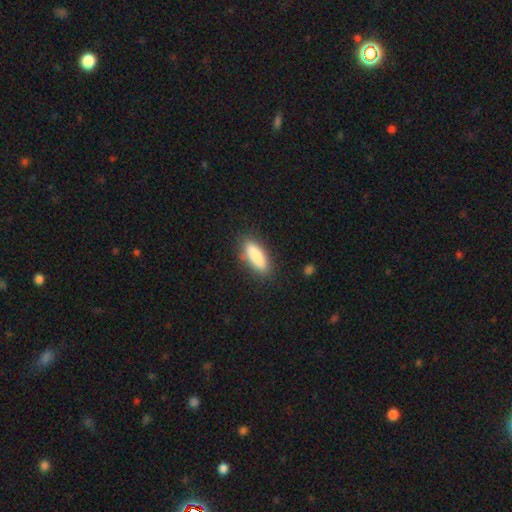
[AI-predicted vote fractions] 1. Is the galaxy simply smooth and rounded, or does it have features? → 85% smooth, 8% featured or disk, 7% star or artifact.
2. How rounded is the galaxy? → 49% cigar-shaped (tied), 49% in between (tied), 2% round.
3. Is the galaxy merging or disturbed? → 83% none, 12% minor disturbance, 3% major disturbance, 2% merger.